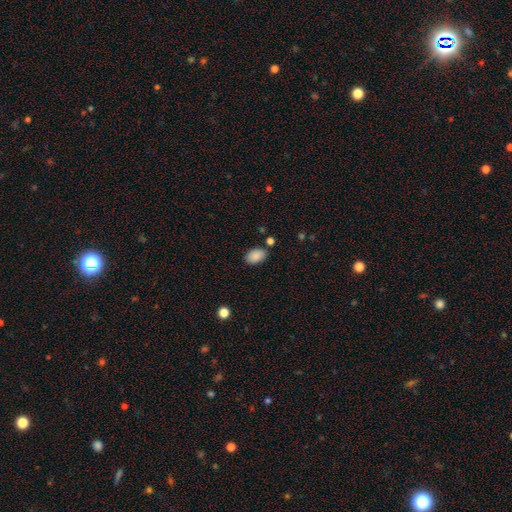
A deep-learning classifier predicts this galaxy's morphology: Smooth or featured? Predicted: smooth (p=0.88). How rounded? Predicted: in between (p=0.89). Merging? Predicted: none (p=0.79).